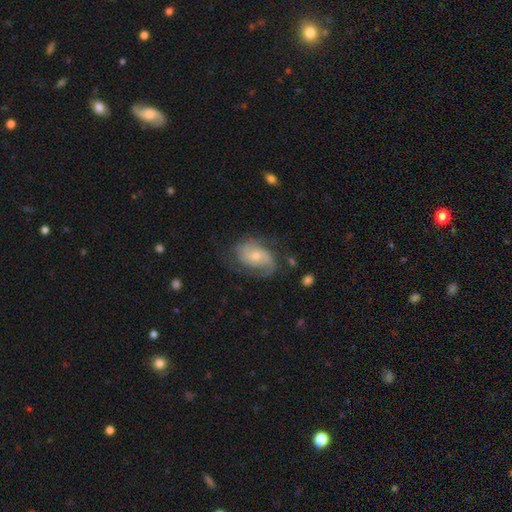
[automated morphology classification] smooth_or_featured: featured or disk (p=0.76) [alt: smooth p=0.17]
disk_edge_on: no (p=0.97) [alt: yes p=0.03]
bar: no (p=0.64) [alt: weak p=0.31]
has_spiral_arms: yes (p=0.93) [alt: no p=0.07]
spiral_winding: medium (p=0.45) [alt: tight p=0.33]
spiral_arm_count: 2 (p=0.67) [alt: can't tell p=0.15]
bulge_size: moderate (p=0.52) [alt: small p=0.41]
merging: none (p=0.66) [alt: minor disturbance p=0.21]